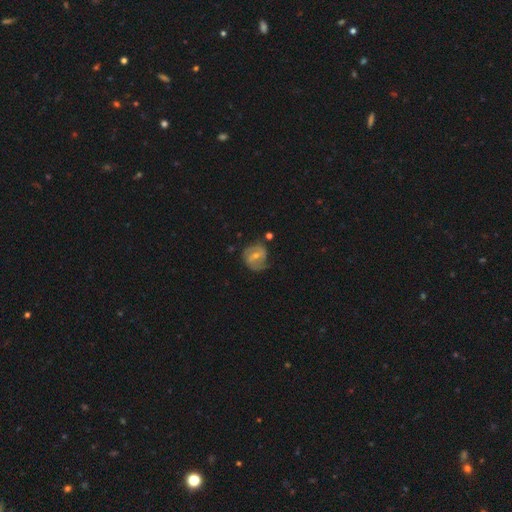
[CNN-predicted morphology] Q: Smooth or featured?
A: featured or disk (71%); runner-up: smooth (23%)
Q: Edge-on disk?
A: no (97%); runner-up: yes (3%)
Q: Bar?
A: weak (52%); runner-up: strong (25%)
Q: Spiral arms?
A: yes (87%); runner-up: no (13%)
Q: Spiral winding?
A: medium (44%); runner-up: tight (35%)
Q: Spiral arm count?
A: 2 (67%); runner-up: can't tell (16%)
Q: Bulge size?
A: small (52%); runner-up: moderate (43%)
Q: Merging?
A: none (63%); runner-up: minor disturbance (23%)